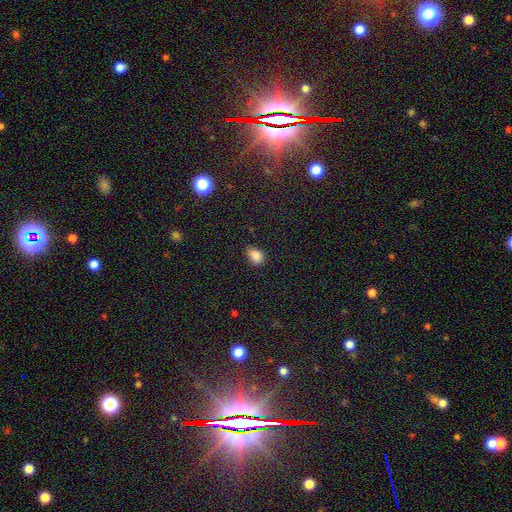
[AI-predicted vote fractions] This appears to be a smooth galaxy with no disk features (85%) that is in between round and cigar-shaped (71%). Merging: none (70%).